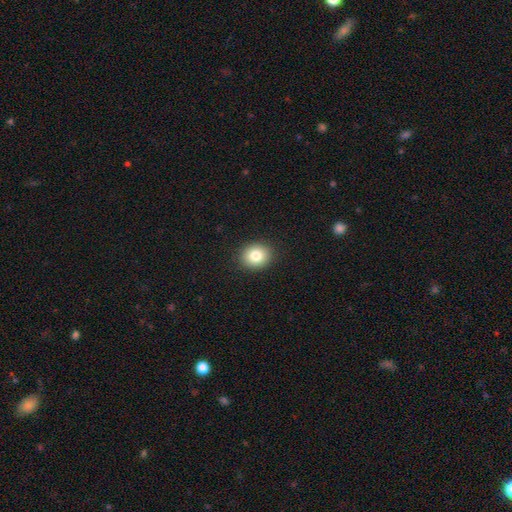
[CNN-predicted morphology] smooth 82%, star or artifact 10%, featured or disk 8%. Down the decision tree: how rounded — round (68%); merging — none (90%).